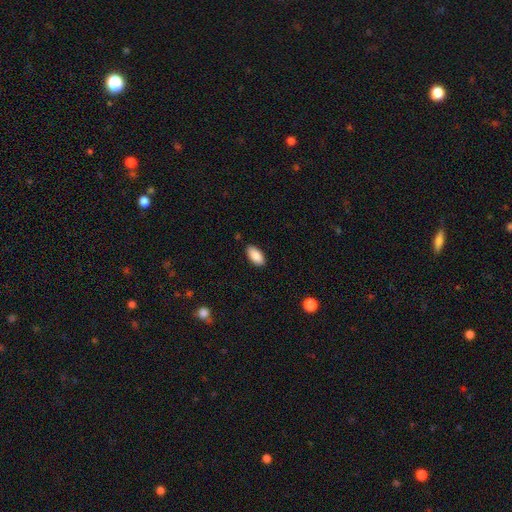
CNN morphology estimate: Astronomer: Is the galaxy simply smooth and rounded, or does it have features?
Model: smooth — 88%.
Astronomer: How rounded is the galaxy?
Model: in between — 92%.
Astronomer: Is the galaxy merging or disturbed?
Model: none — 87%.